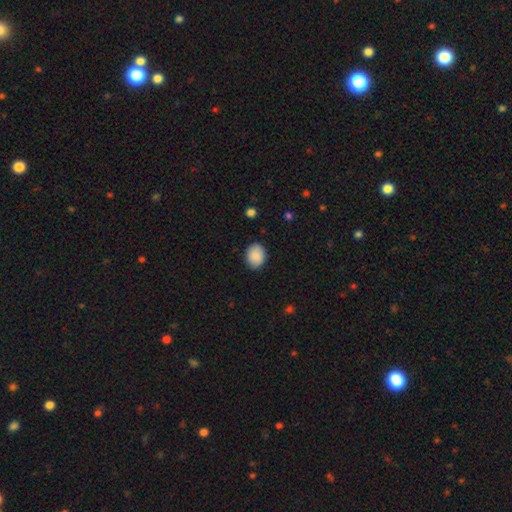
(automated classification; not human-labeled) The model was most divided on "how rounded": in between: 58%, round: 41%, cigar-shaped: 1%. More confident: smooth or featured — smooth (89%); merging — none (87%).